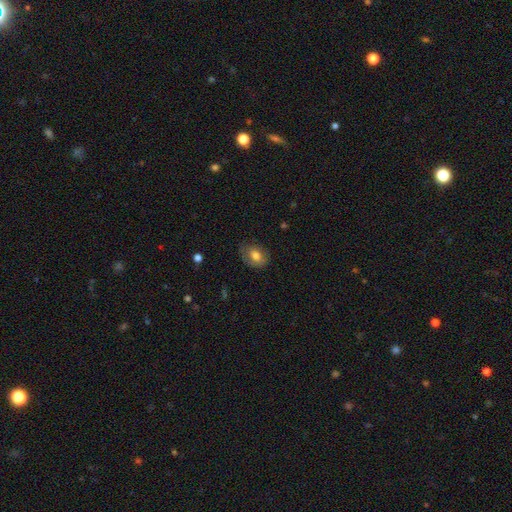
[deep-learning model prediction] Morphology: type=smooth (68%); roundness=in between (72%); merging=none (68%).